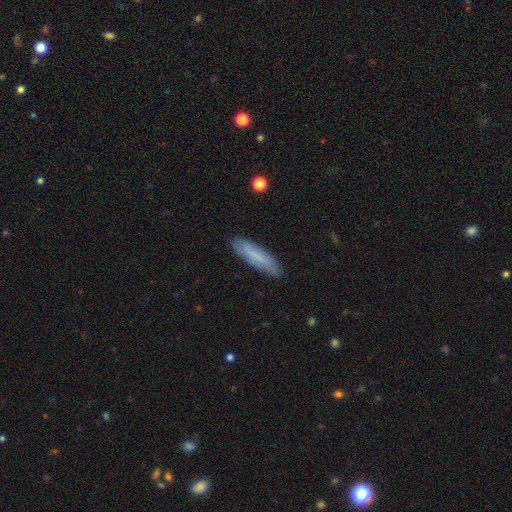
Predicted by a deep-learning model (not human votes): Smooth or featured?
  - smooth: 67% *
  - featured or disk: 26%
  - star or artifact: 7%
How rounded?
  - cigar-shaped: 72% *
  - in between: 27%
  - round: 1%
Merging?
  - none: 83% *
  - minor disturbance: 13%
  - major disturbance: 3%
  - merger: 1%